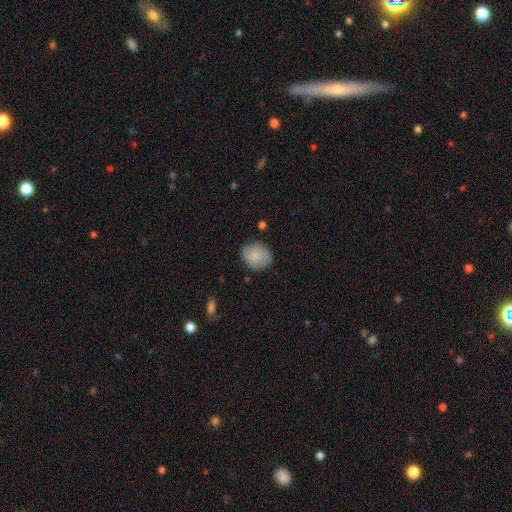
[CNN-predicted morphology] Overall: smooth (79%). How rounded: round (71%). Merging: none (78%).